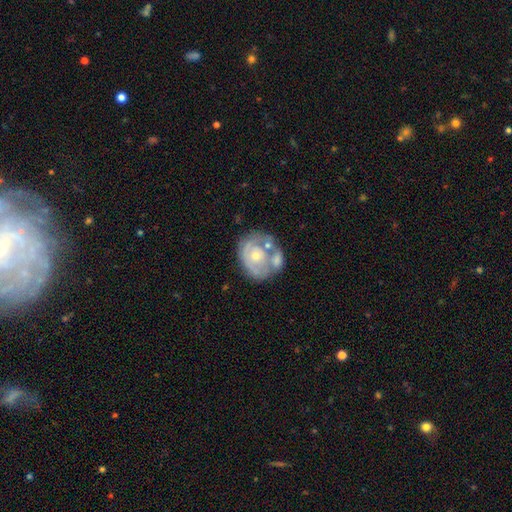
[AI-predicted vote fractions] Smooth or featured? featured or disk (66%)
Edge-on disk? no (97%)
Bar? no (87%)
Spiral arms? no (56%)
Bulge size? small (48%)
Merging? merger (38%)